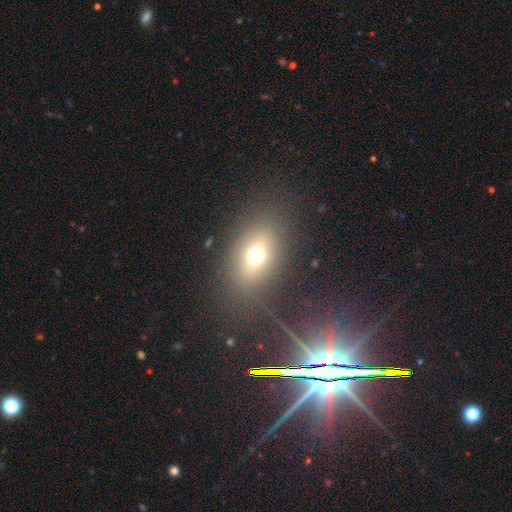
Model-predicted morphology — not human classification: Smooth or featured? Predicted: smooth (p=0.62). How rounded? Predicted: in between (p=0.72). Merging? Predicted: none (p=0.77).